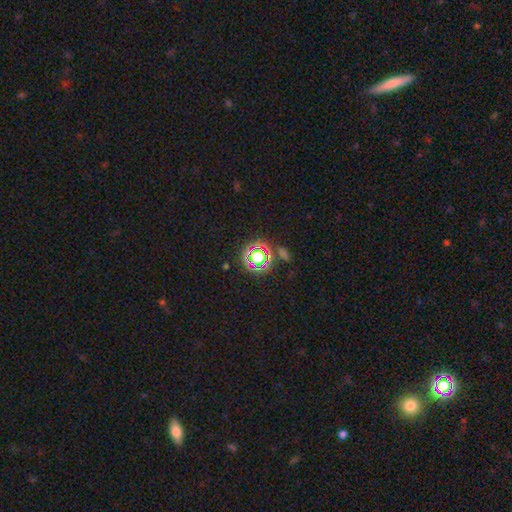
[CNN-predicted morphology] star or artifact 59%, smooth 30%, featured or disk 11%.